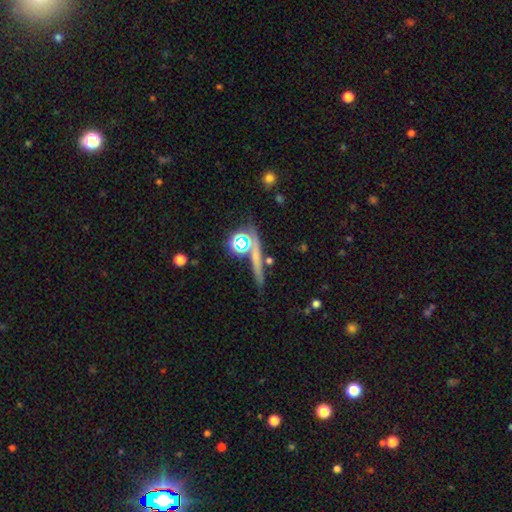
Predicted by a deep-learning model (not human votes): A smooth galaxy with no disk features (44%).

Vote fractions:
- Smooth or featured? smooth: 44% / featured or disk: 30% / star or artifact: 26%
- Merging? none: 73% / minor disturbance: 11% / merger: 10% / major disturbance: 5%